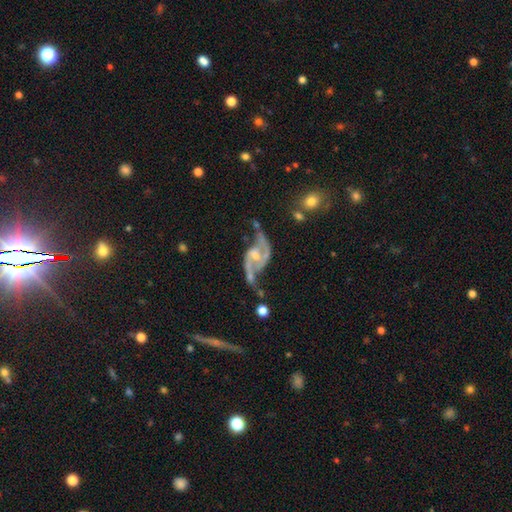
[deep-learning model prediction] Smooth or featured? Predicted: featured or disk (p=0.90). Edge-on disk? Predicted: no (p=0.97). Bar? Predicted: weak (p=0.46). Spiral arms? Predicted: yes (p=0.95). Spiral winding? Predicted: loose (p=0.56). Spiral arm count? Predicted: 2 (p=0.92). Bulge size? Predicted: small (p=0.47). Merging? Predicted: none (p=0.47).